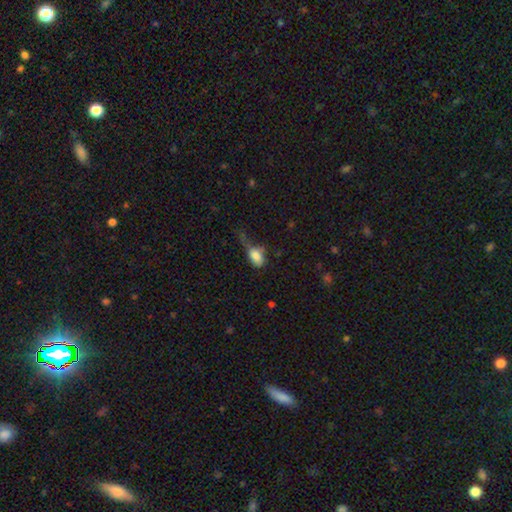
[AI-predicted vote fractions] Smooth or featured? Predicted: smooth (p=0.80). How rounded? Predicted: in between (p=0.86). Merging? Predicted: major disturbance (p=0.47).